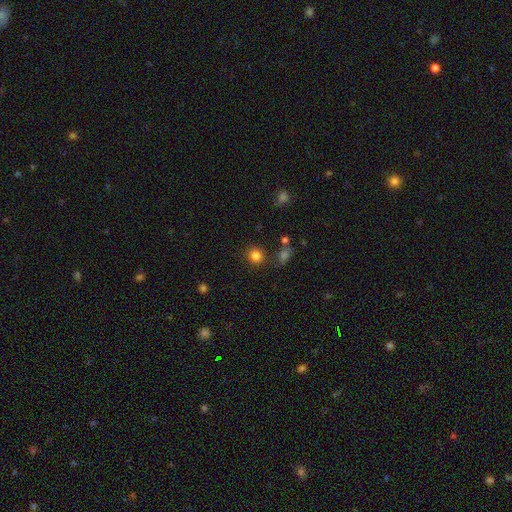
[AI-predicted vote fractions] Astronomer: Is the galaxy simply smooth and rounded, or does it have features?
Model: smooth — 83%.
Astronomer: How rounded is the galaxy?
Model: round — 88%.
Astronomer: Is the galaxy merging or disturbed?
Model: none — 84%.